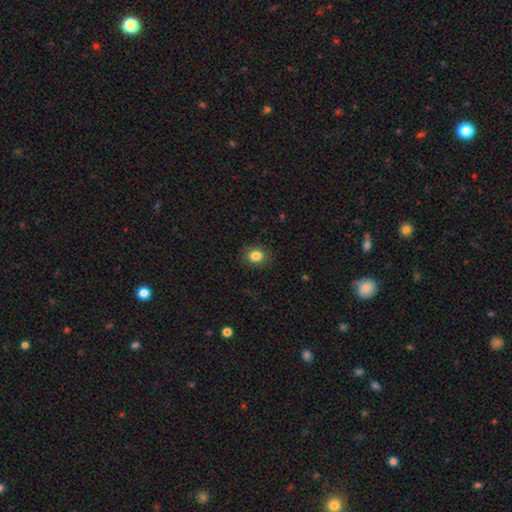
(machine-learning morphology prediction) smooth-or-featured: smooth: 84% | star or artifact: 10% | featured or disk: 5%
  how-rounded: round: 67% | in between: 32% | cigar-shaped: 1%
  merging: none: 84% | minor disturbance: 11% | major disturbance: 4% | merger: 1%